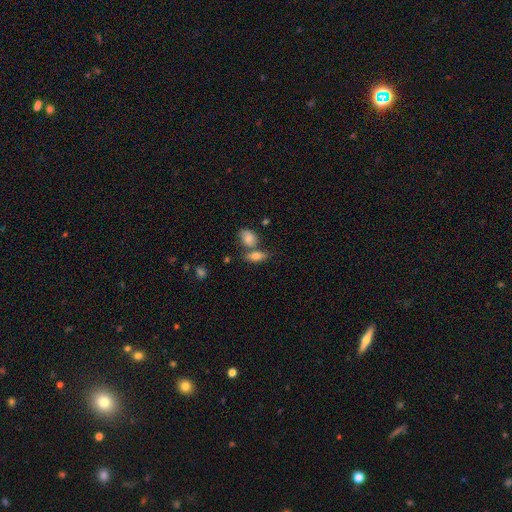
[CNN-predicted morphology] Smooth or featured? Predicted: smooth (p=0.74). How rounded? Predicted: in between (p=0.76). Merging? Predicted: none (p=0.51).